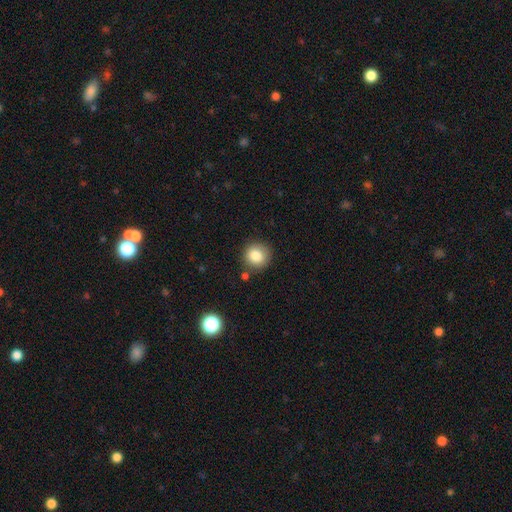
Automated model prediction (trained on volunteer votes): Smooth or featured?
  - smooth: 84% *
  - star or artifact: 10%
  - featured or disk: 6%
How rounded?
  - round: 92% *
  - in between: 7%
  - cigar-shaped: 1%
Merging?
  - none: 85% *
  - minor disturbance: 9%
  - merger: 4%
  - major disturbance: 2%